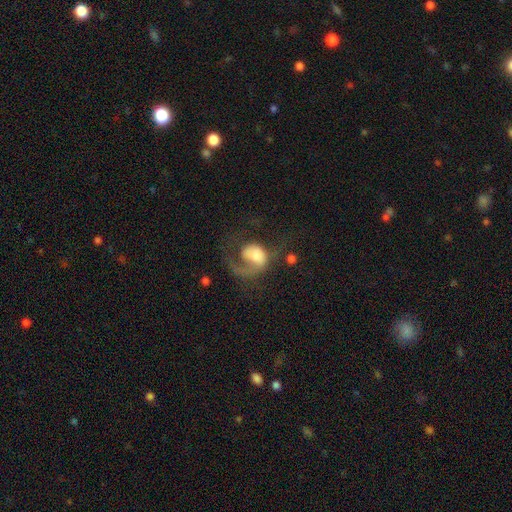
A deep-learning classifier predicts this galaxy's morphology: smooth-or-featured: featured or disk: 55% | smooth: 36% | star or artifact: 8%
  disk-edge-on: no: 97% | yes: 3%
    bar: no: 70% | weak: 24% | strong: 6%
    has-spiral-arms: yes: 76% | no: 24%
    bulge-size: moderate: 40% | large: 27% | small: 19% | none: 8% | dominant: 7%
  merging: major disturbance: 56% | none: 25% | minor disturbance: 14% | merger: 5%